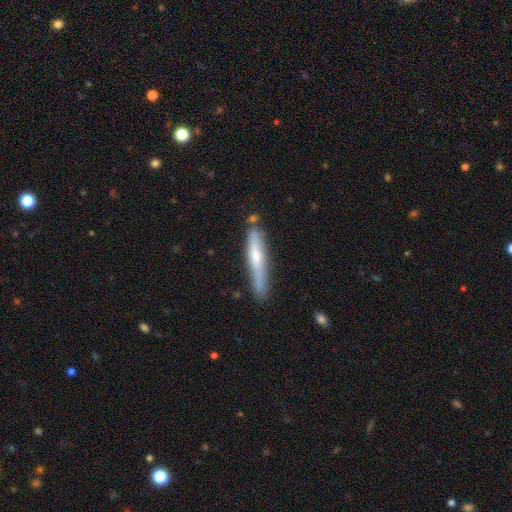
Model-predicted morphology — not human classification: smooth_or_featured: smooth (p=0.55) [alt: featured or disk p=0.39]
how_rounded: cigar-shaped (p=0.91) [alt: in between p=0.08]
merging: none (p=0.66) [alt: minor disturbance p=0.23]